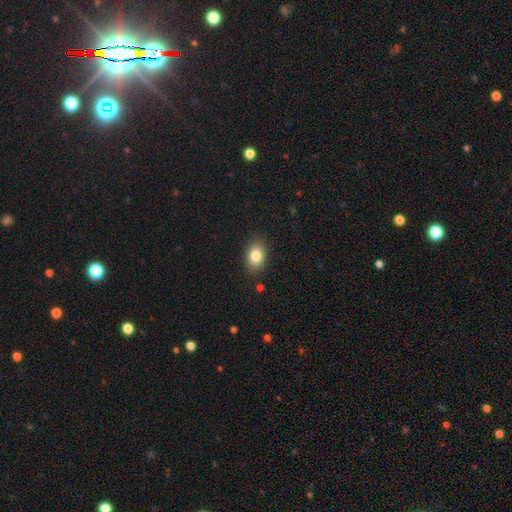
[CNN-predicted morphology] This is clearly a smooth galaxy (83%). How rounded: clearly in between (82%). Merging: clearly none (86%).